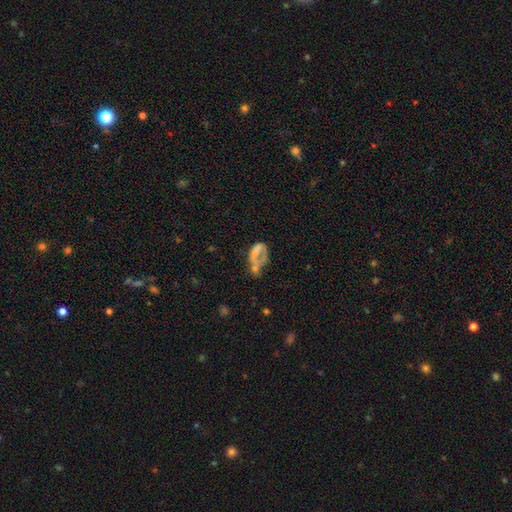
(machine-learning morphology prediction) Smooth or featured?
  - smooth: 47% *
  - featured or disk: 40%
  - star or artifact: 13%
Merging?
  - major disturbance: 34% *
  - merger: 27%
  - none: 22%
  - minor disturbance: 16%